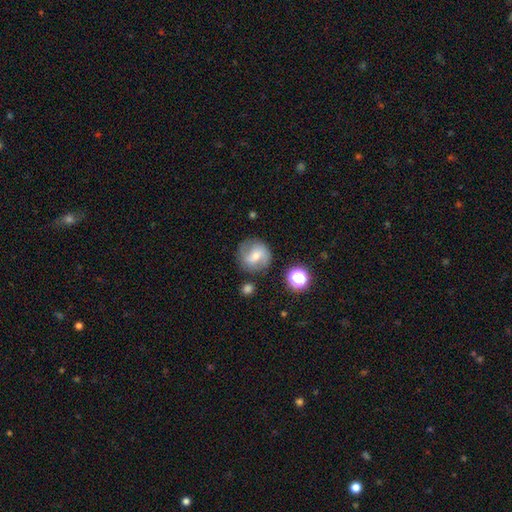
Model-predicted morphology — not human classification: A featured or disk galaxy (55%) with a weak bar (49%), spiral arms (85%) and a moderate central bulge (46%, tied with small). Merging: none (77%).